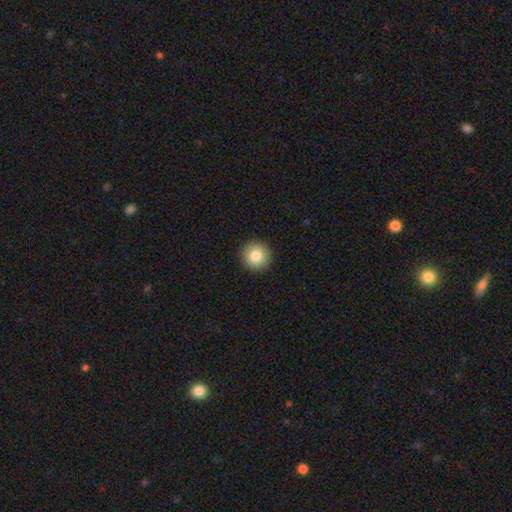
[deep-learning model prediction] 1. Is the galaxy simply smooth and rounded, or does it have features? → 83% smooth, 9% star or artifact, 8% featured or disk.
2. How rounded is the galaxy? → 95% round, 4% in between, 1% cigar-shaped.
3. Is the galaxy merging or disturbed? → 93% none, 5% minor disturbance, 2% major disturbance, 1% merger.